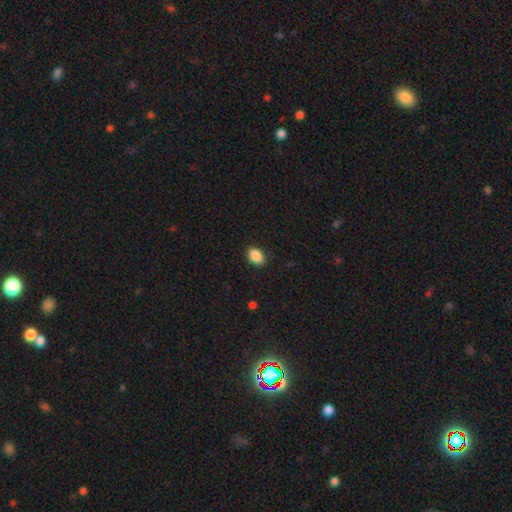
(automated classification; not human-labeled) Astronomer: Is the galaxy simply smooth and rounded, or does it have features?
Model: smooth — 89%.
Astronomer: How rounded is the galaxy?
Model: in between — 83%.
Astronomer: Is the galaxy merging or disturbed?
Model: none — 88%.